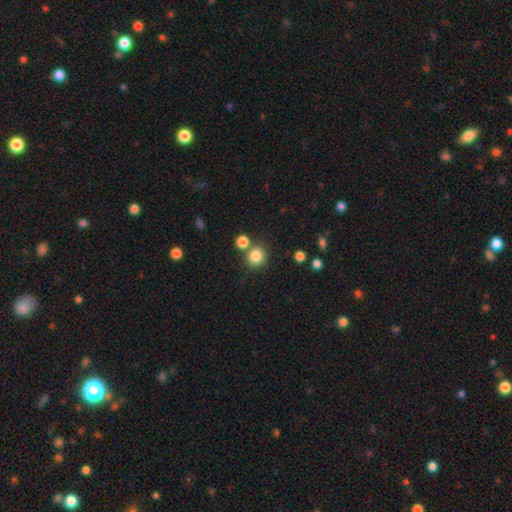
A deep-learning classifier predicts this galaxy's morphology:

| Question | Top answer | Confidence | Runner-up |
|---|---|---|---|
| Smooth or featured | smooth | 84% | star or artifact (11%) |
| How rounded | round | 88% | in between (11%) |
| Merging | none | 73% | merger (15%) |